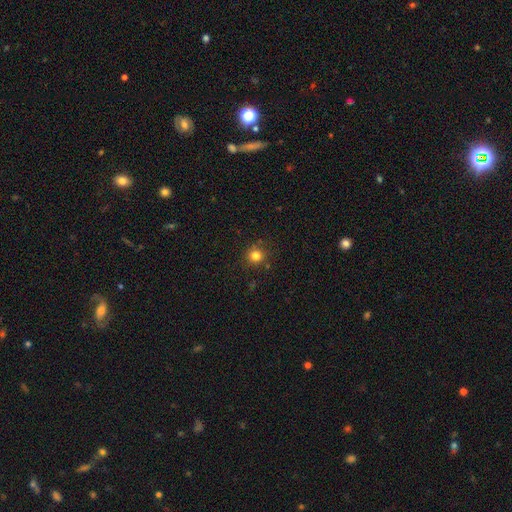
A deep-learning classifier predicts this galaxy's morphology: This is clearly a smooth galaxy (80%). How rounded: clearly round (93%). Merging: clearly none (86%).